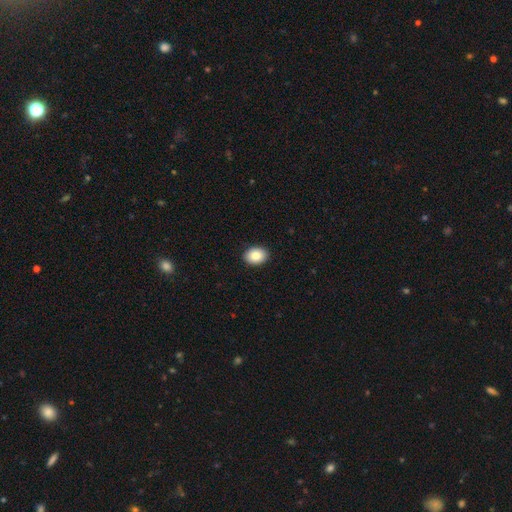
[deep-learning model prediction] smooth 87%, star or artifact 8%, featured or disk 5%. Down the decision tree: how rounded — in between (71%); merging — none (91%).